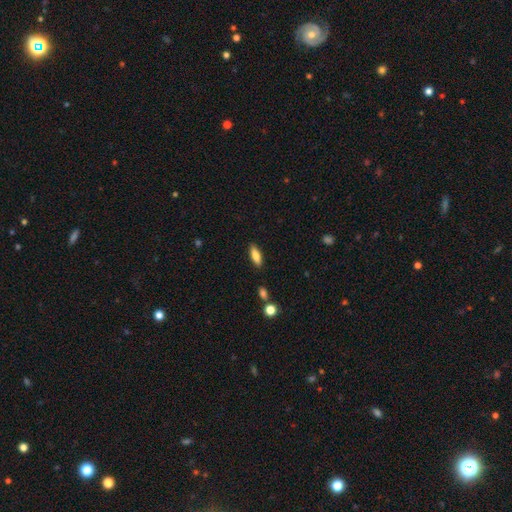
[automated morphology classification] Smooth or featured? smooth (76%)
How rounded? in between (60%)
Merging? none (87%)